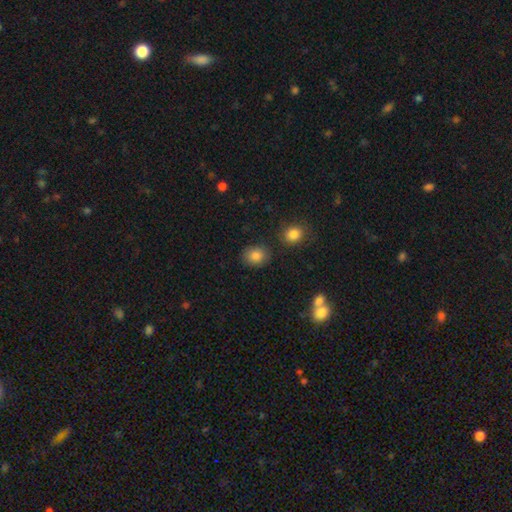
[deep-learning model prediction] Smooth or featured? Predicted: smooth (p=0.85). How rounded? Predicted: round (p=0.60). Merging? Predicted: none (p=0.83).